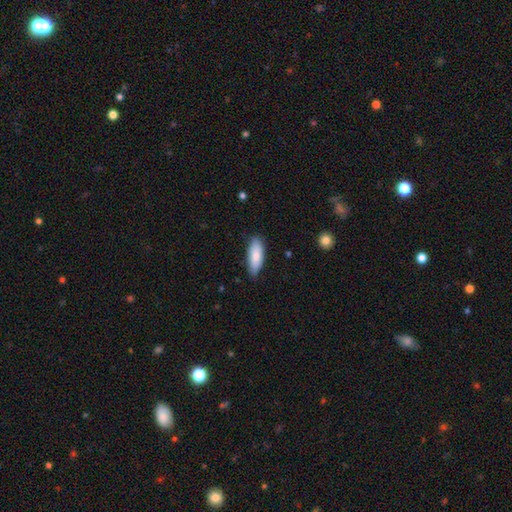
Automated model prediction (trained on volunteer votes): Smooth or featured?
  - smooth: 83% *
  - featured or disk: 11%
  - star or artifact: 6%
How rounded?
  - in between: 73% *
  - cigar-shaped: 25%
  - round: 2%
Merging?
  - none: 80% *
  - minor disturbance: 16%
  - major disturbance: 2%
  - merger: 1%